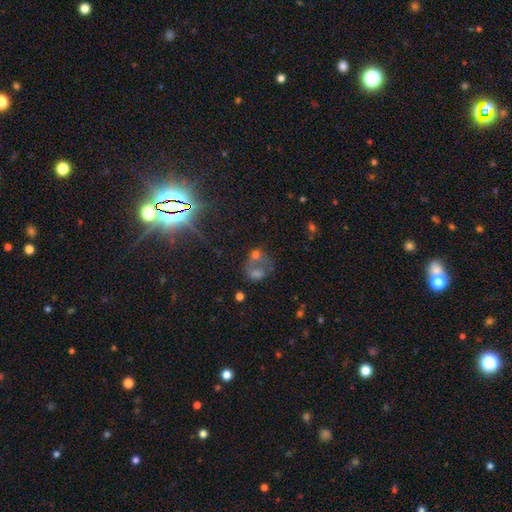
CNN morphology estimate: Smooth or featured? Predicted: star or artifact (p=0.37).